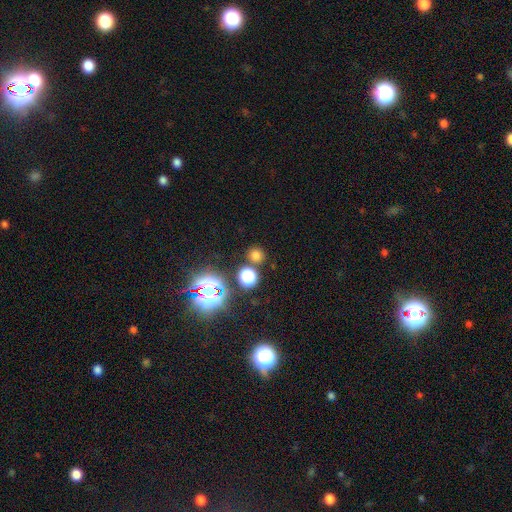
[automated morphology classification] smooth 66%, star or artifact 28%, featured or disk 6%. Down the decision tree: how rounded — round (88%); merging — none (83%).